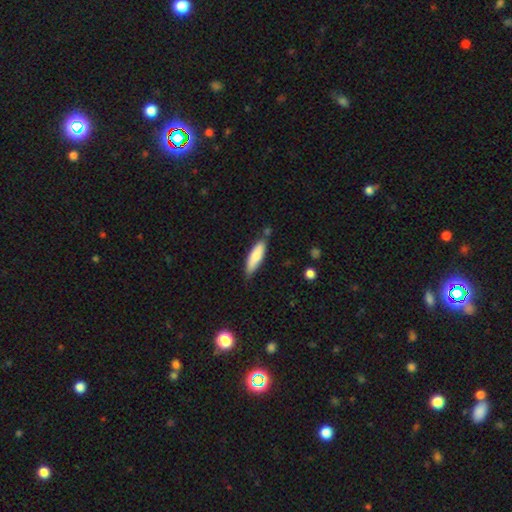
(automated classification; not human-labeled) Smooth or featured: smooth — 77% (featured or disk — 17%)
How rounded: cigar-shaped — 62% (in between — 37%)
Merging: none — 74% (minor disturbance — 18%)